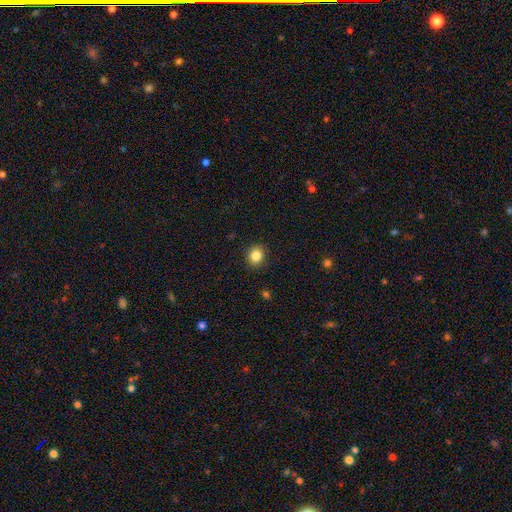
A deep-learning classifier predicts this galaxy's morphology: smooth-or-featured: smooth: 85% | star or artifact: 10% | featured or disk: 5%
  how-rounded: round: 72% | in between: 27% | cigar-shaped: 1%
  merging: none: 89% | minor disturbance: 8% | major disturbance: 2% | merger: 1%